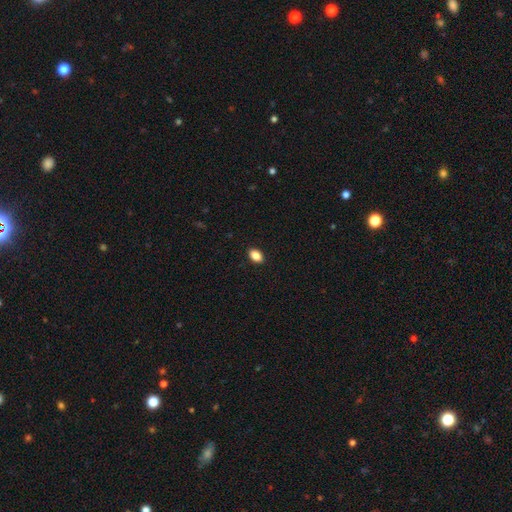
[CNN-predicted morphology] Smooth or featured? smooth (87%)
How rounded? in between (86%)
Merging? none (90%)